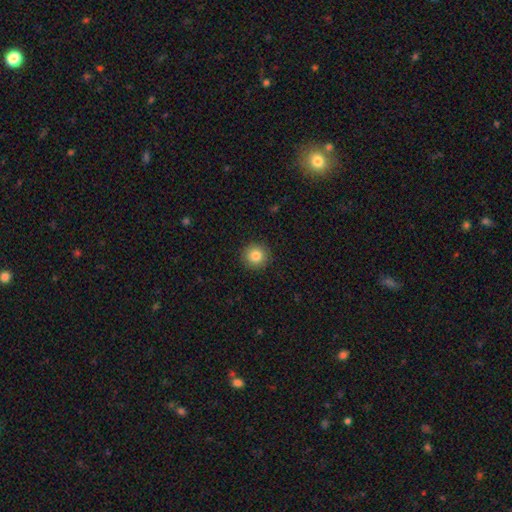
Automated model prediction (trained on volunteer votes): This is clearly a smooth galaxy (84%). How rounded: clearly round (94%). Merging: clearly none (92%).